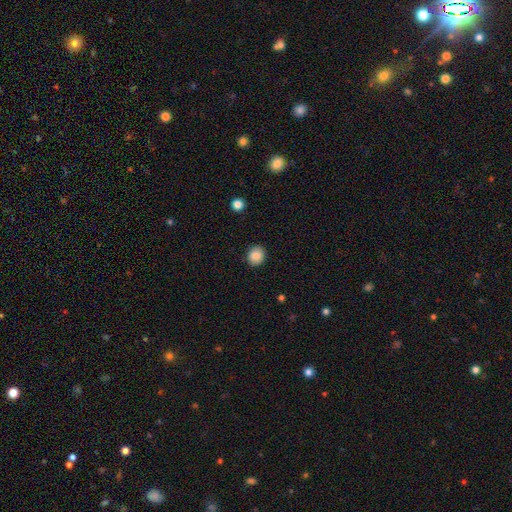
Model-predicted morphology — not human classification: Smooth or featured?
  - smooth: 87% *
  - star or artifact: 8%
  - featured or disk: 5%
How rounded?
  - round: 69% *
  - in between: 30%
  - cigar-shaped: 1%
Merging?
  - none: 88% *
  - minor disturbance: 9%
  - major disturbance: 2%
  - merger: 1%